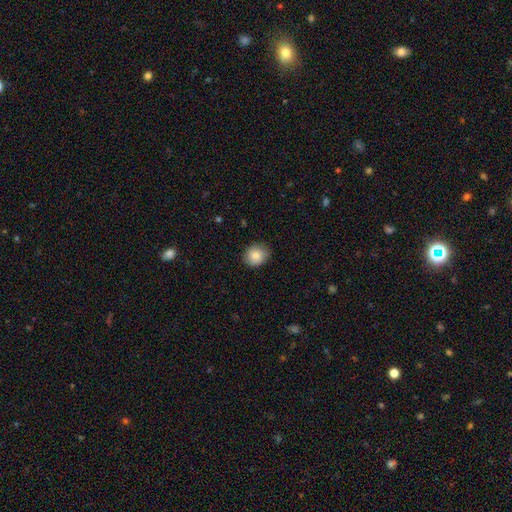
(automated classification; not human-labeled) Overall: smooth (86%). How rounded: round (74%). Merging: none (85%).